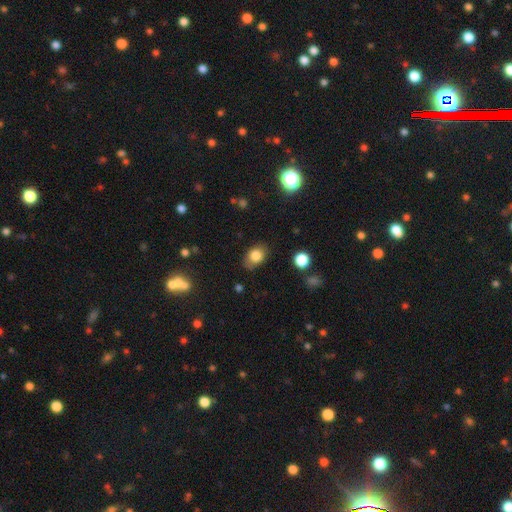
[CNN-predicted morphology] Overall: smooth (82%). How rounded: in between (68%; round 31%). Merging: none (76%).